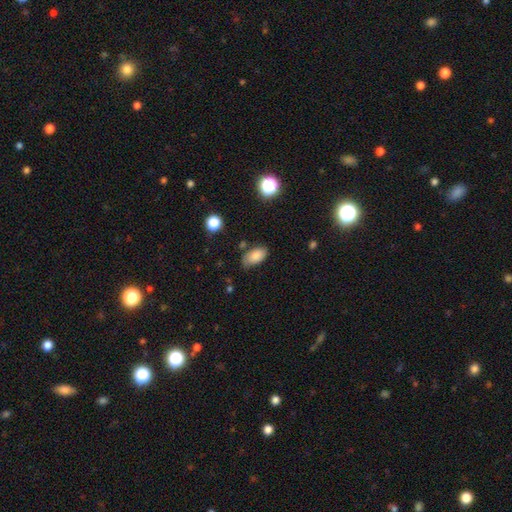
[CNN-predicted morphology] smooth 82%, featured or disk 9%, star or artifact 9%. Down the decision tree: how rounded — in between (93%); merging — none (69%).